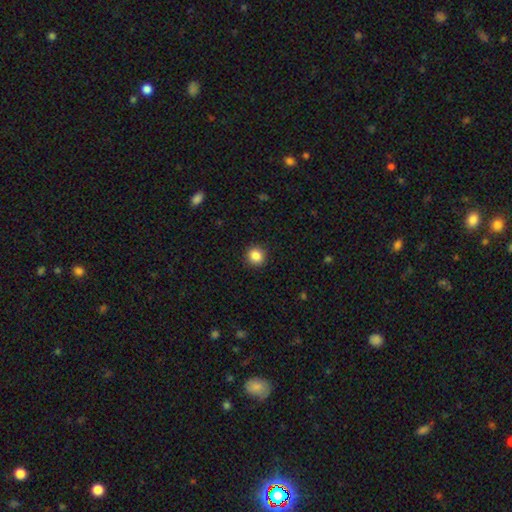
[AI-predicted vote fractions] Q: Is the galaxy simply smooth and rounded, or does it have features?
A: smooth — 87%.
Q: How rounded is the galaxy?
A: round — 87%.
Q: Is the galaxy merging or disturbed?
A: none — 91%.